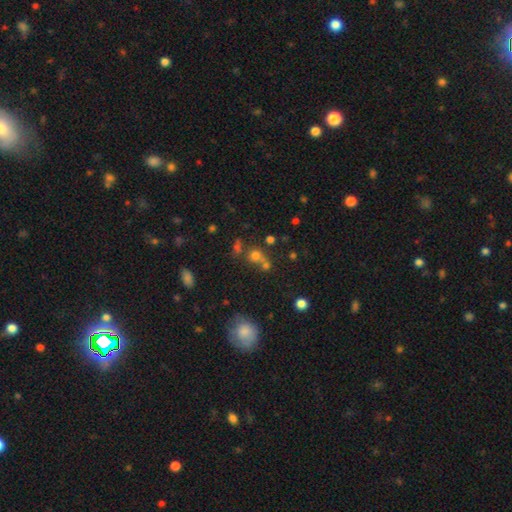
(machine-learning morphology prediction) Smooth or featured? smooth (62%)
How rounded? round (82%)
Merging? none (48%)